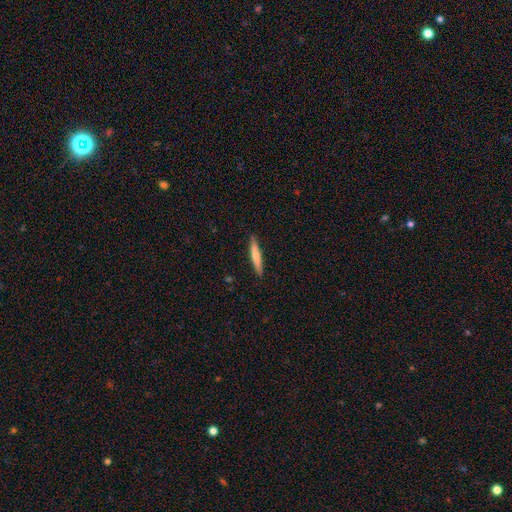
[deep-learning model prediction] Q: Smooth or featured?
A: smooth (67%); runner-up: featured or disk (28%)
Q: How rounded?
A: cigar-shaped (94%); runner-up: in between (5%)
Q: Merging?
A: none (90%); runner-up: minor disturbance (7%)